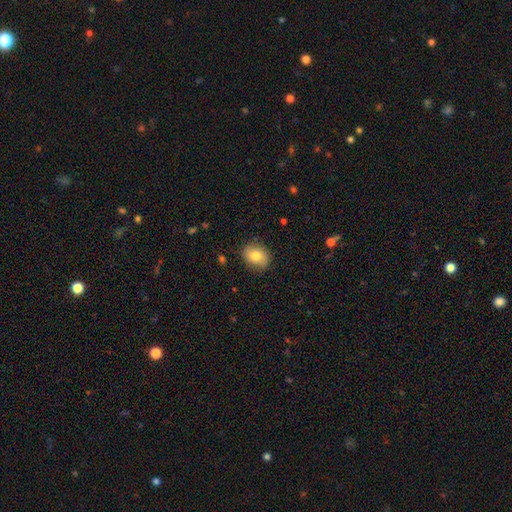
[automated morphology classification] Q: Smooth or featured?
A: smooth (78%); runner-up: featured or disk (14%)
Q: How rounded?
A: in between (58%); runner-up: round (41%)
Q: Merging?
A: none (84%); runner-up: minor disturbance (12%)